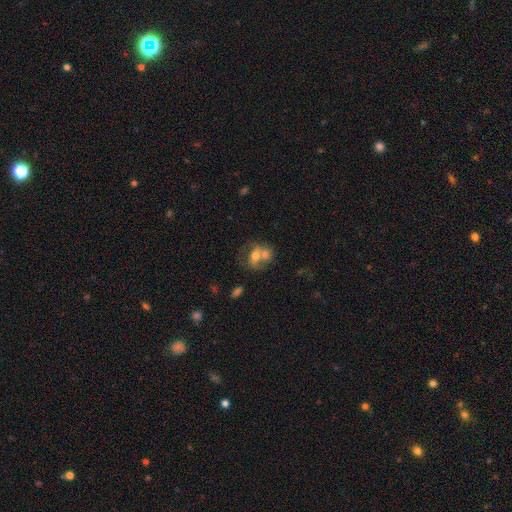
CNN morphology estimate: The model was most divided on "how rounded": round: 50%, in between: 48%, cigar-shaped: 2%. More confident: merging — merger (60%); smooth or featured — smooth (55%).